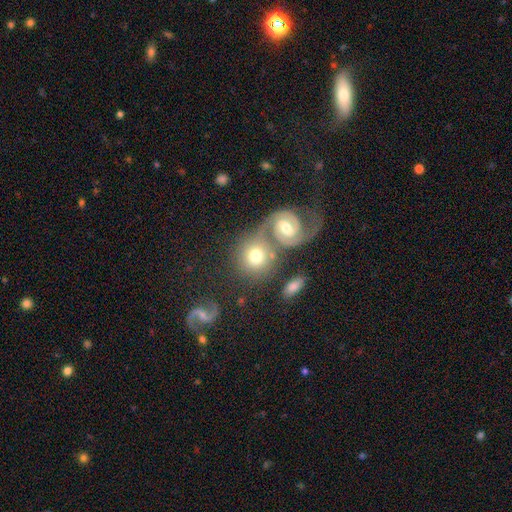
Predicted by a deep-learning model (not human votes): Smooth or featured: smooth — 47% (featured or disk — 45%)
Merging: merger — 46% (none — 39%)